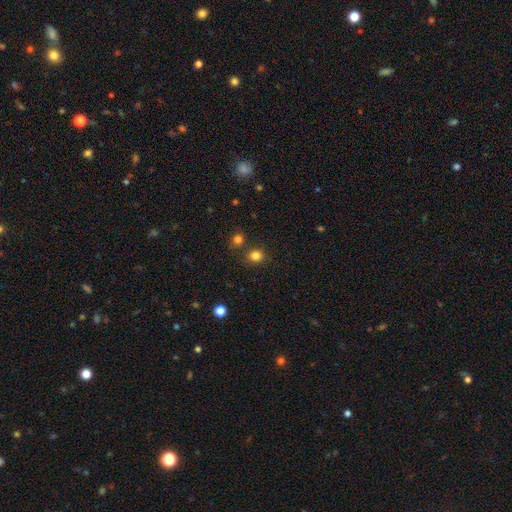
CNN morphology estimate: smooth_or_featured: smooth (p=0.81) [alt: star or artifact p=0.15]
how_rounded: round (p=0.84) [alt: in between p=0.15]
merging: none (p=0.80) [alt: minor disturbance p=0.09]